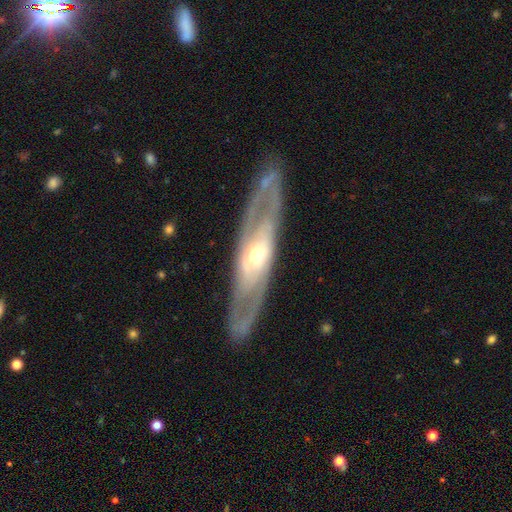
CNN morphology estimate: This is clearly a featured or disk galaxy (81%). It is likely not viewed edge-on (72%). Bar: possibly no (52%). Spiral arm pattern: likely yes (73%). Central bulge: possibly moderate (50%). Merging: clearly none (85%).